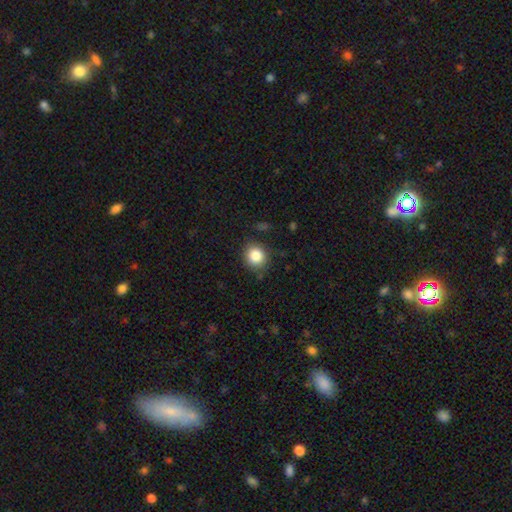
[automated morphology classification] Smooth or featured: smooth — 85% (star or artifact — 10%)
How rounded: round — 86% (in between — 14%)
Merging: none — 85% (minor disturbance — 11%)